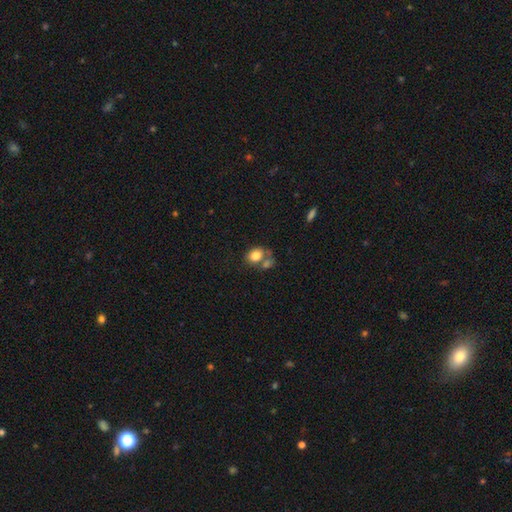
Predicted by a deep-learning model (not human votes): The model was most divided on "merging": none: 39%, merger: 38%, minor disturbance: 15%, major disturbance: 9%. More confident: smooth or featured — smooth (79%); how rounded — in between (63%).